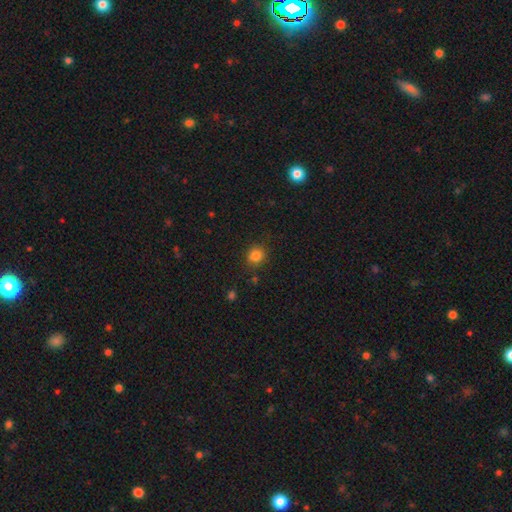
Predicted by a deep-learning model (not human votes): Morphology: type=smooth (83%); roundness=round (80%); merging=none (85%).